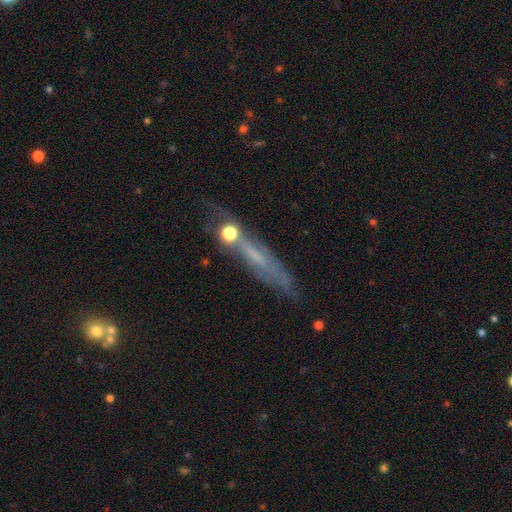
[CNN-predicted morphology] type=featured or disk (52%); edge-on=yes (67%); merging=none (62%).